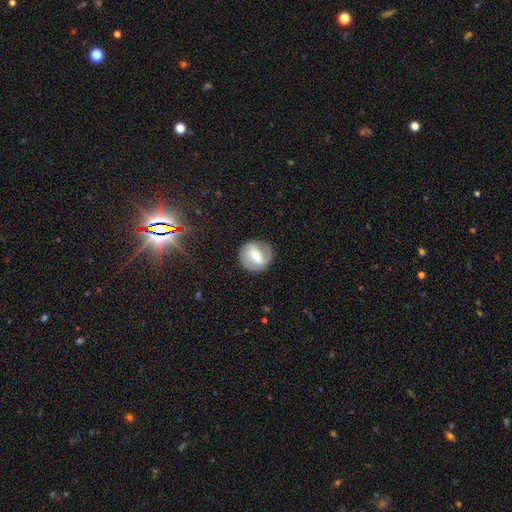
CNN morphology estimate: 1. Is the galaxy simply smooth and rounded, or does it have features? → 62% featured or disk, 31% smooth, 7% star or artifact.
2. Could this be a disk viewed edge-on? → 95% no, 5% yes.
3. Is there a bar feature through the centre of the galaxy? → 46% strong, 40% weak, 14% no.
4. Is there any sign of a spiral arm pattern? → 70% yes, 30% no.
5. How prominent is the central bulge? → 56% moderate, 38% small, 3% large, 1% none, 1% dominant.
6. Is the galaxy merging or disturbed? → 84% none, 11% minor disturbance, 4% major disturbance, 1% merger.